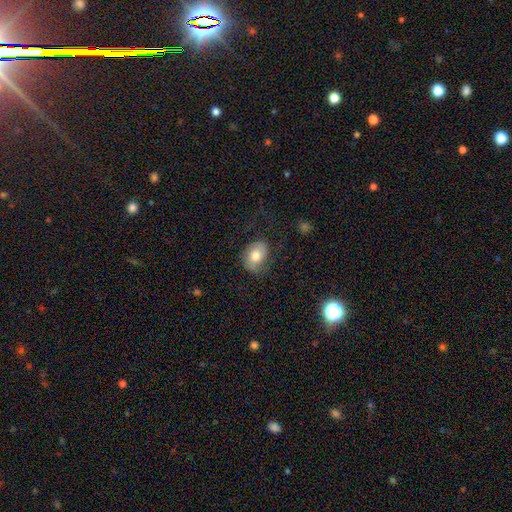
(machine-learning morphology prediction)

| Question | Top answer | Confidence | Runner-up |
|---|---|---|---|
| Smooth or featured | smooth | 71% | featured or disk (21%) |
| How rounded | in between | 72% | round (27%) |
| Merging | none | 64% | minor disturbance (22%) |